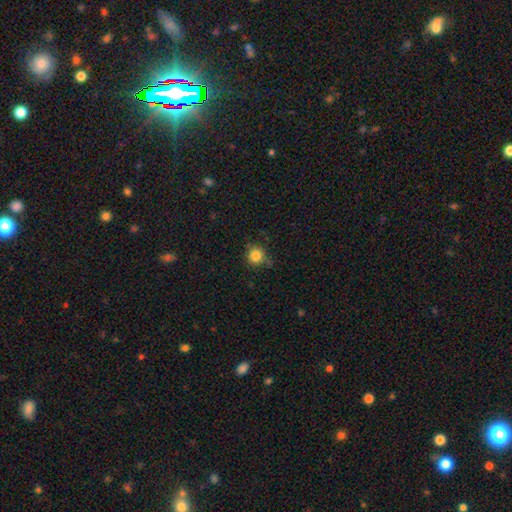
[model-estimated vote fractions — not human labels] Smooth or featured? smooth (84%)
How rounded? round (92%)
Merging? none (78%)